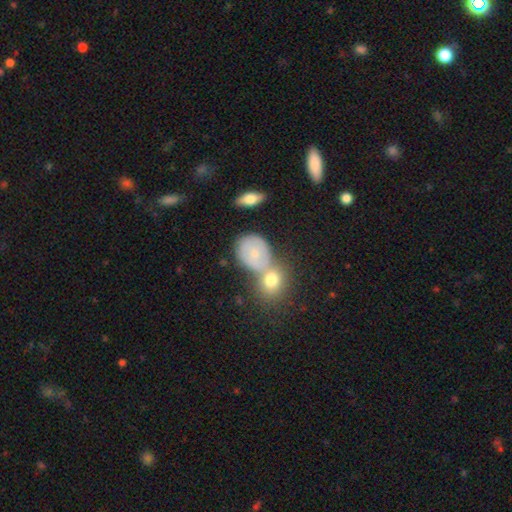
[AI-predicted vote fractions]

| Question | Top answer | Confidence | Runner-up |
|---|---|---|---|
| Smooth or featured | smooth | 53% | featured or disk (33%) |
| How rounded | round | 54% | in between (43%) |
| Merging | none | 44% | merger (35%) |